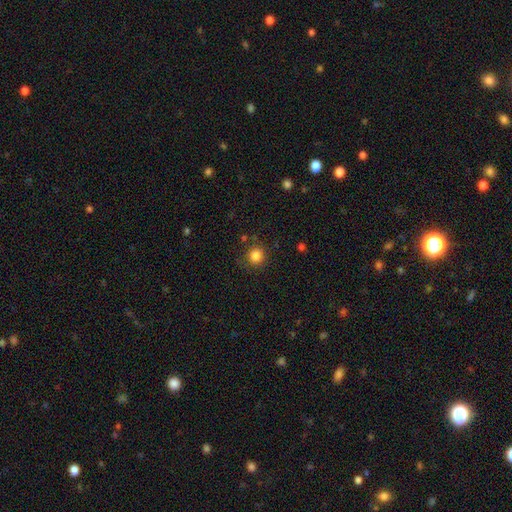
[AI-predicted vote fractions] smooth_or_featured: smooth (p=0.84) [alt: star or artifact p=0.12]
how_rounded: round (p=0.91) [alt: in between p=0.08]
merging: none (p=0.84) [alt: minor disturbance p=0.10]